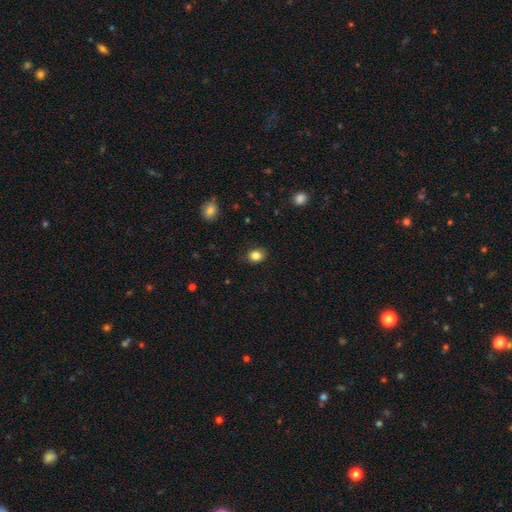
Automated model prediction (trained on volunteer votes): smooth 84%, star or artifact 10%, featured or disk 6%. Down the decision tree: how rounded — round (52%); merging — none (82%).